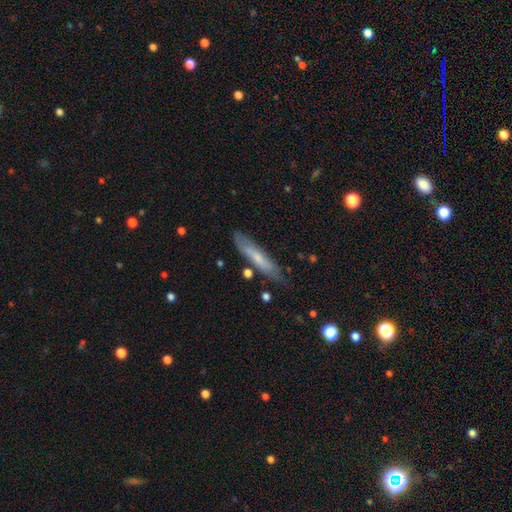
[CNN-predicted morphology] This appears to be a smooth galaxy with no disk features (56%) that is cigar-shaped (86%). Merging: none (73%).